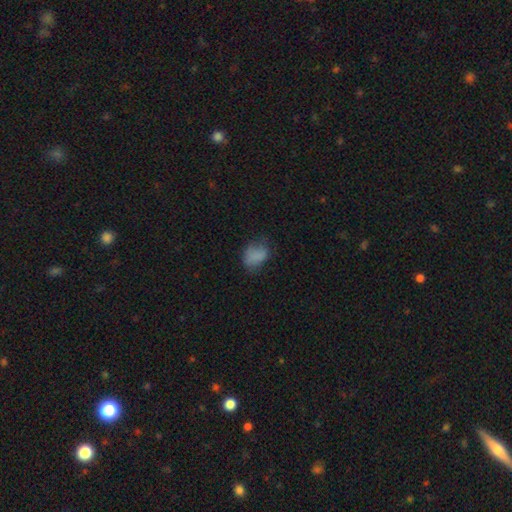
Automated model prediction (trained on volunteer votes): smooth 77%, star or artifact 12%, featured or disk 11%. Down the decision tree: how rounded — in between (74%); merging — none (51%).